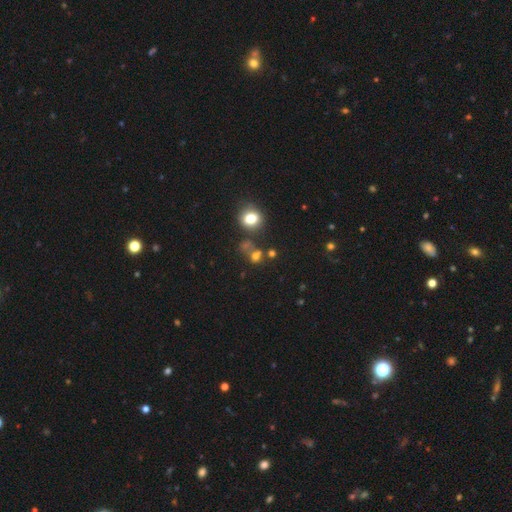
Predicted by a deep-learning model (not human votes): Morphology: type=smooth (65%); roundness=round (73%); merging=none (52%).